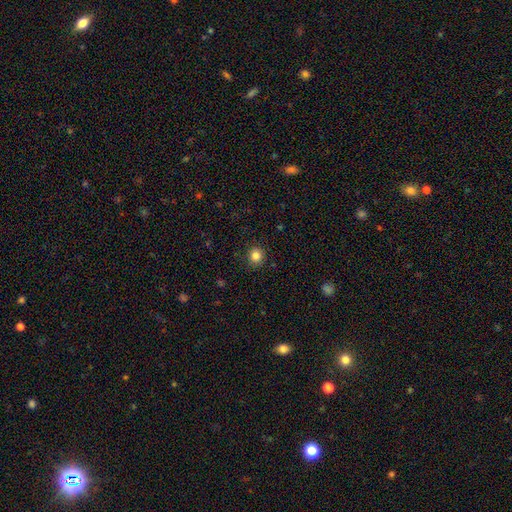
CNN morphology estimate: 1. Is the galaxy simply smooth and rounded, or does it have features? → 84% smooth, 12% star or artifact, 4% featured or disk.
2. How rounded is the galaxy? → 90% round, 9% in between, 1% cigar-shaped.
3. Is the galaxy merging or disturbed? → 90% none, 7% minor disturbance, 2% major disturbance, 1% merger.